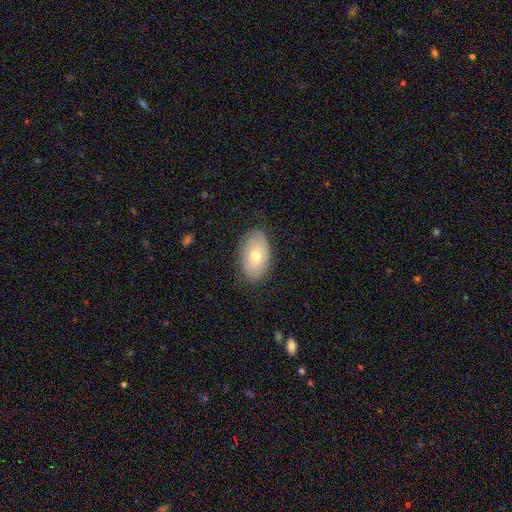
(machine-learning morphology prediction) smooth_or_featured: smooth (p=0.65) [alt: featured or disk p=0.27]
how_rounded: in between (p=0.91) [alt: round p=0.08]
merging: none (p=0.81) [alt: minor disturbance p=0.14]